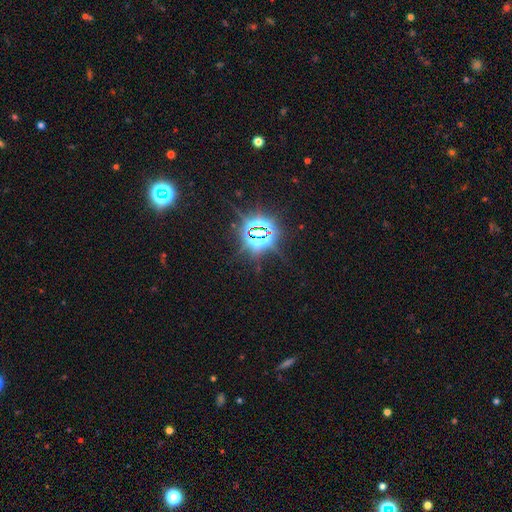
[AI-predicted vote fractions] A star or artifact, not a galaxy (83%).

Vote fractions:
- Smooth or featured? star or artifact: 83% / smooth: 11% / featured or disk: 7%